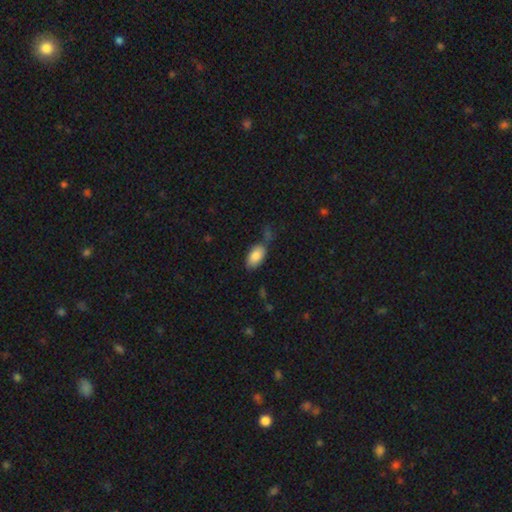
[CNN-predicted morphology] smooth-or-featured: smooth: 86% | featured or disk: 7% | star or artifact: 7%
  how-rounded: in between: 94% | round: 3% | cigar-shaped: 2%
  merging: none: 63% | minor disturbance: 20% | merger: 11% | major disturbance: 6%